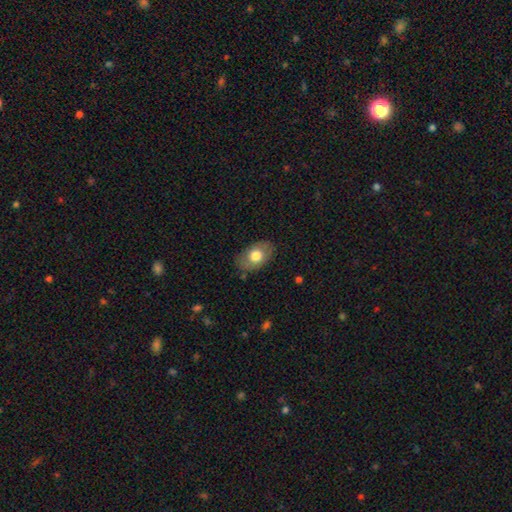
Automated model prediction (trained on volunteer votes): smooth-or-featured: smooth: 71% | featured or disk: 22% | star or artifact: 7%
  how-rounded: in between: 87% | round: 12% | cigar-shaped: 1%
  merging: none: 80% | minor disturbance: 15% | major disturbance: 4% | merger: 1%